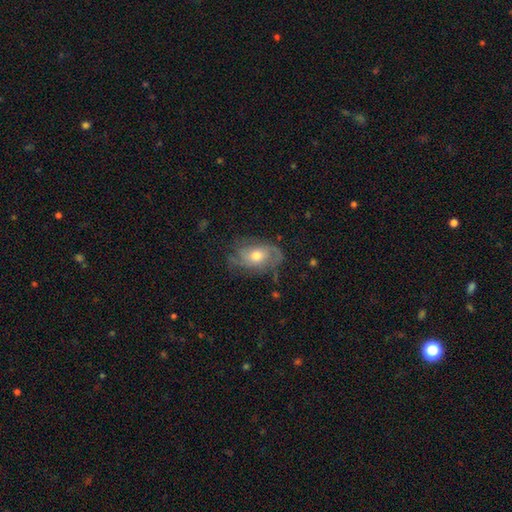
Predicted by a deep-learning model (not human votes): smooth_or_featured: featured or disk (p=0.70) [alt: smooth p=0.20]
disk_edge_on: no (p=0.95) [alt: yes p=0.05]
bar: no (p=0.75) [alt: weak p=0.21]
has_spiral_arms: yes (p=0.87) [alt: no p=0.13]
spiral_winding: tight (p=0.41) [alt: medium p=0.40]
spiral_arm_count: can't tell (p=0.33) [alt: 2 p=0.32]
bulge_size: moderate (p=0.71) [alt: small p=0.18]
merging: none (p=0.68) [alt: minor disturbance p=0.21]